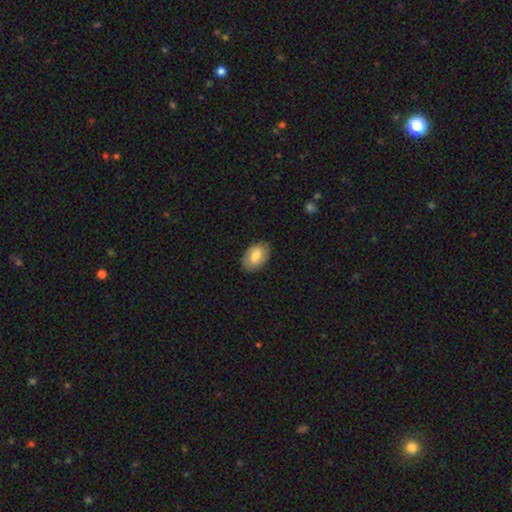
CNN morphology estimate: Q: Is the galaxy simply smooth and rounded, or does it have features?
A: smooth — 73%.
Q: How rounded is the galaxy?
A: in between — 90%.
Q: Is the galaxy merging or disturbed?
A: none — 83%.